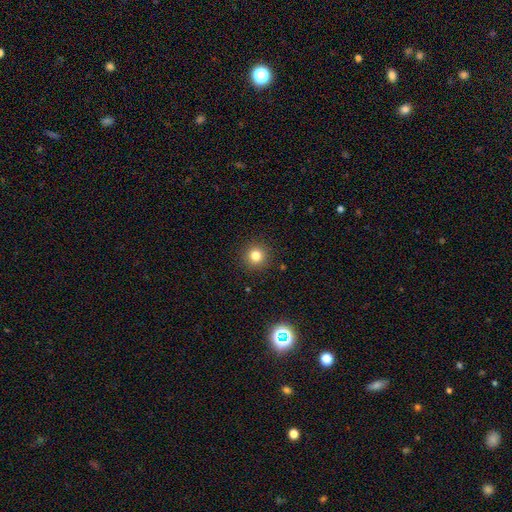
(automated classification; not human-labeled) Smooth or featured?
  - smooth: 81% *
  - star or artifact: 13%
  - featured or disk: 6%
How rounded?
  - round: 94% *
  - in between: 5%
  - cigar-shaped: 1%
Merging?
  - none: 91% *
  - minor disturbance: 5%
  - major disturbance: 2%
  - merger: 1%